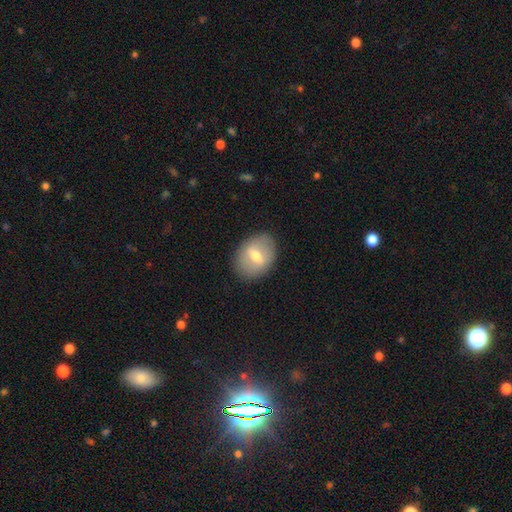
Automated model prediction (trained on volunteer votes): smooth-or-featured: smooth: 53% | featured or disk: 39% | star or artifact: 8%
  how-rounded: in between: 65% | round: 34% | cigar-shaped: 1%
  merging: none: 85% | minor disturbance: 11% | major disturbance: 3% | merger: 1%